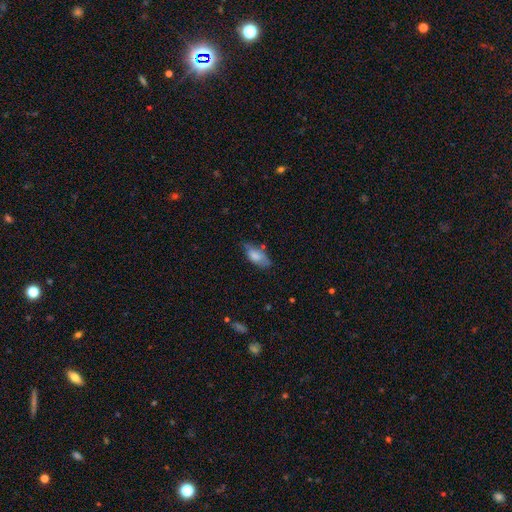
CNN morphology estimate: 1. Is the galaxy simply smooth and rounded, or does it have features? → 75% smooth, 18% featured or disk, 8% star or artifact.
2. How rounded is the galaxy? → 85% in between, 12% cigar-shaped, 3% round.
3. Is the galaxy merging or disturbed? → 52% none, 34% minor disturbance, 10% major disturbance, 4% merger.